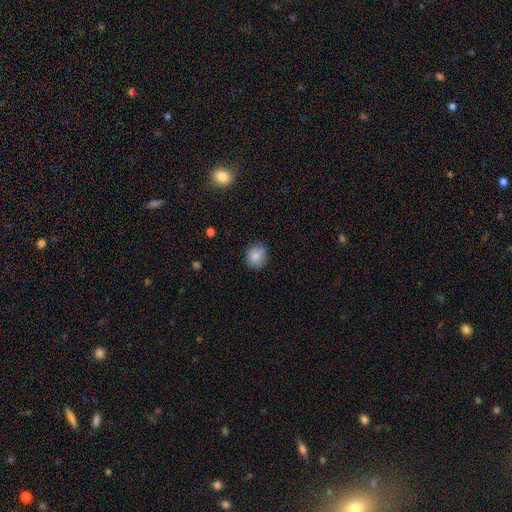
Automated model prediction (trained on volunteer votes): Smooth or featured? Predicted: smooth (p=0.85). How rounded? Predicted: round (p=0.82). Merging? Predicted: none (p=0.85).